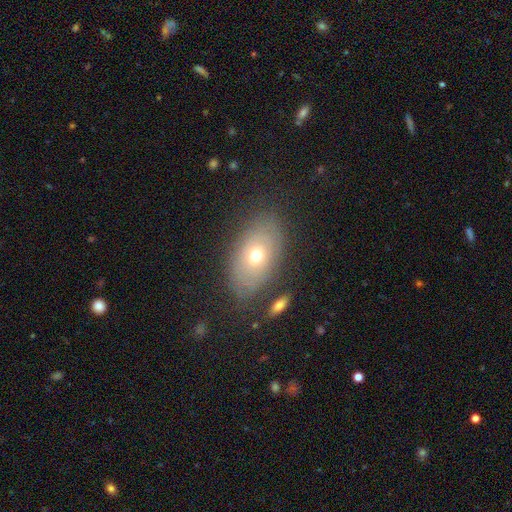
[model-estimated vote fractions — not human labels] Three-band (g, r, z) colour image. It shows a smooth galaxy with no disk features (56%) that is in between round and cigar-shaped (87%). Merging: none (76%).